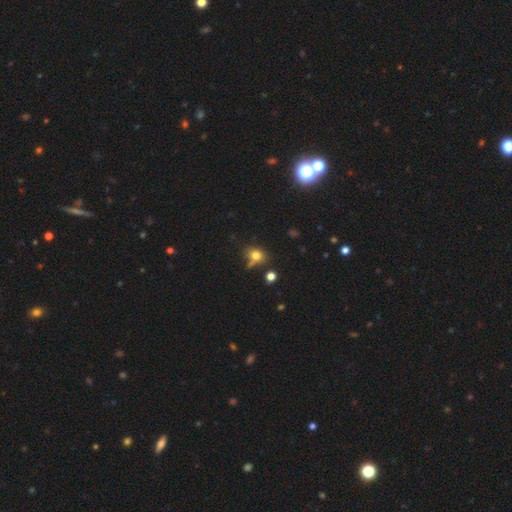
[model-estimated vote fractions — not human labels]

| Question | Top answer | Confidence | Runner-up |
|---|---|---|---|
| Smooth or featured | smooth | 75% | star or artifact (15%) |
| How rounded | round | 51% | in between (47%) |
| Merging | none | 57% | minor disturbance (19%) |